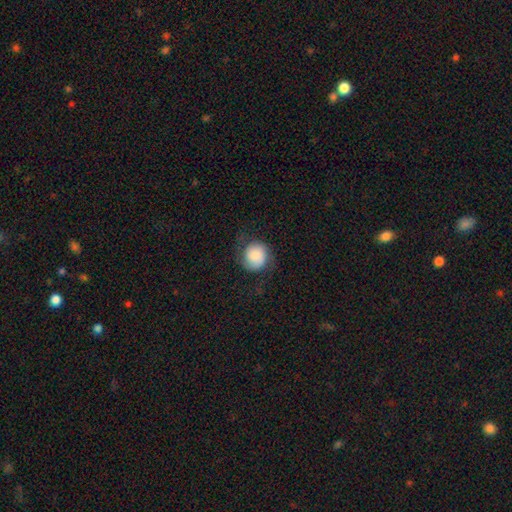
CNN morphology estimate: This appears to be a smooth galaxy with no disk features (70%) that is round (83%). Merging: none (68%).